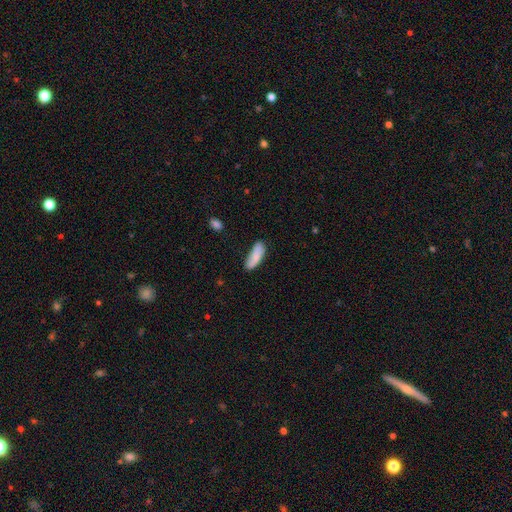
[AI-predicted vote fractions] The model was most divided on "how rounded": in between: 61%, cigar-shaped: 37%, round: 2%. More confident: smooth or featured — smooth (81%); merging — none (67%).